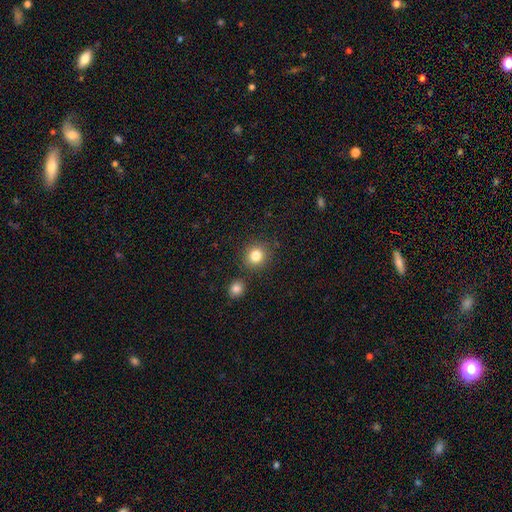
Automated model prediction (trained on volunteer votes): A smooth galaxy with no disk features (82%) that is round (88%).

Vote fractions:
- Smooth or featured? smooth: 82% / star or artifact: 11% / featured or disk: 6%
- How rounded? round: 88% / in between: 11% / cigar-shaped: 1%
- Merging? none: 84% / minor disturbance: 8% / merger: 6% / major disturbance: 3%